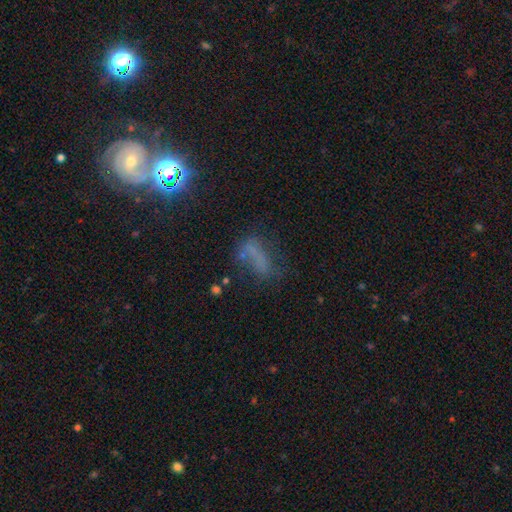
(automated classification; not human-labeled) Overall: smooth (38%; star or artifact 34%). Merging: none (40%; major disturbance 27%).